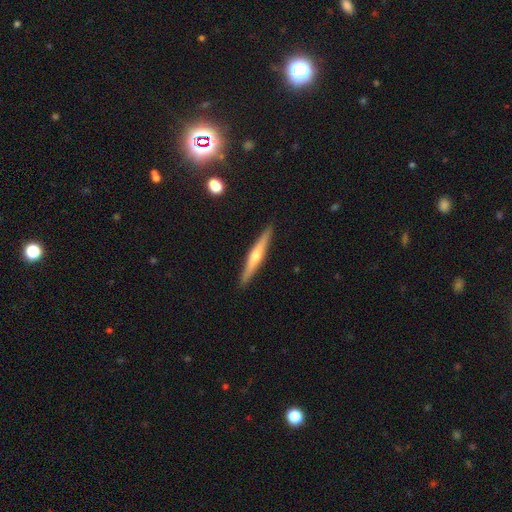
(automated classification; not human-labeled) Overall: featured or disk (65%; smooth 28%). Edge-on disk: yes (97%). Edge-on bulge: rounded (81%). Merging: none (91%).